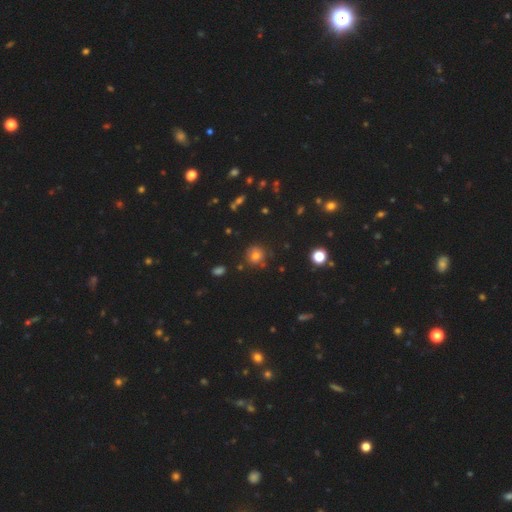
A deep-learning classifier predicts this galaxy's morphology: Smooth or featured? Predicted: smooth (p=0.69). How rounded? Predicted: round (p=0.89). Merging? Predicted: none (p=0.77).